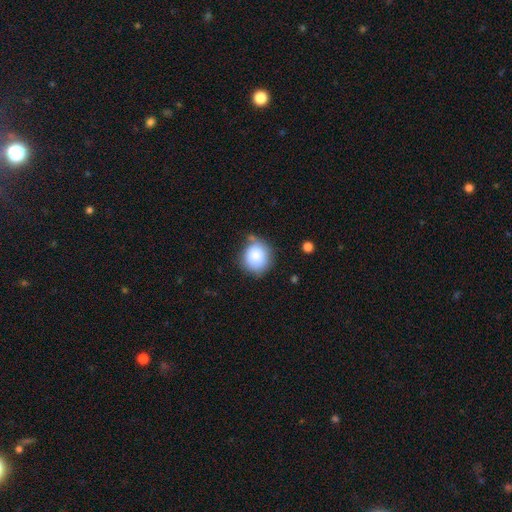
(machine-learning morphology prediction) smooth_or_featured: smooth (p=0.84) [alt: featured or disk p=0.08]
how_rounded: round (p=0.82) [alt: in between p=0.18]
merging: none (p=0.61) [alt: minor disturbance p=0.26]